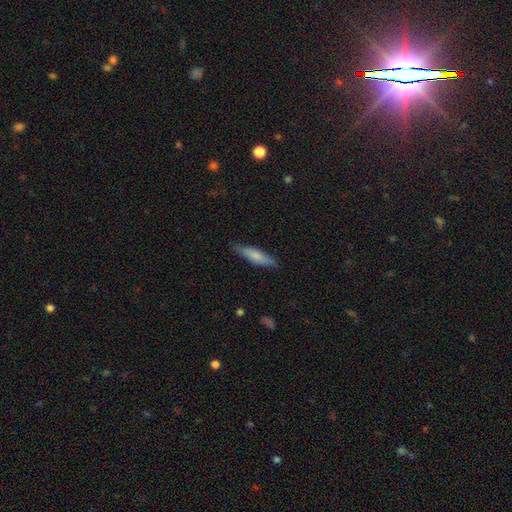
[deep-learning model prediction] This appears to be a smooth galaxy with no disk features (67%) that is cigar-shaped (75%). Merging: none (81%).